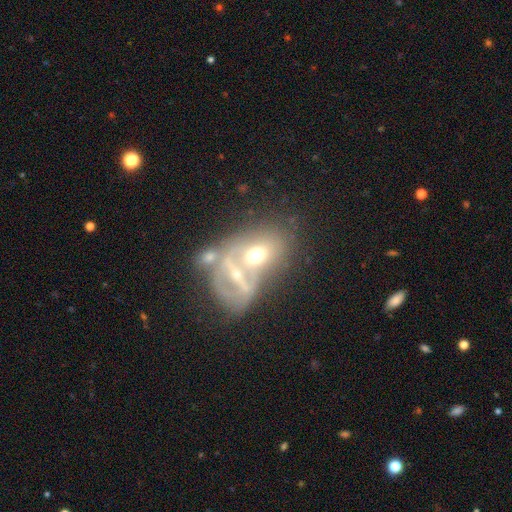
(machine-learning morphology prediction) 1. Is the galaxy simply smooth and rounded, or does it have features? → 57% featured or disk, 32% smooth, 10% star or artifact.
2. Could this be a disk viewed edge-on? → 91% no, 9% yes.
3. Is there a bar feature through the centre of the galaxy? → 41% no, 33% strong, 27% weak.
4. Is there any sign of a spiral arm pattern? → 67% no, 33% yes.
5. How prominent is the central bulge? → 58% moderate, 30% small, 7% large, 3% none, 2% dominant.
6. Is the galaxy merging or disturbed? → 57% merger, 23% none, 10% minor disturbance, 10% major disturbance.